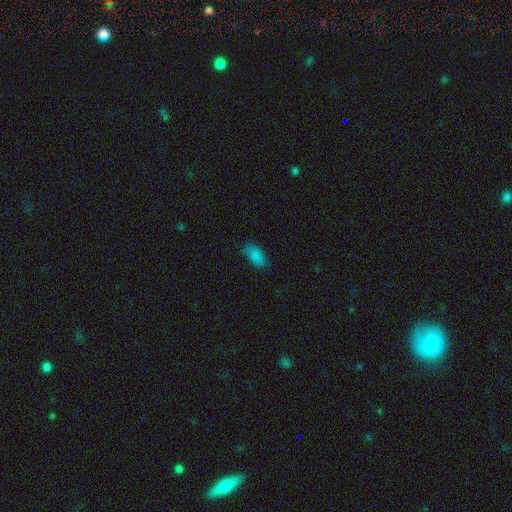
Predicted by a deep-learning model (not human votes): smooth 85%, star or artifact 9%, featured or disk 5%. Down the decision tree: how rounded — in between (90%); merging — none (77%).